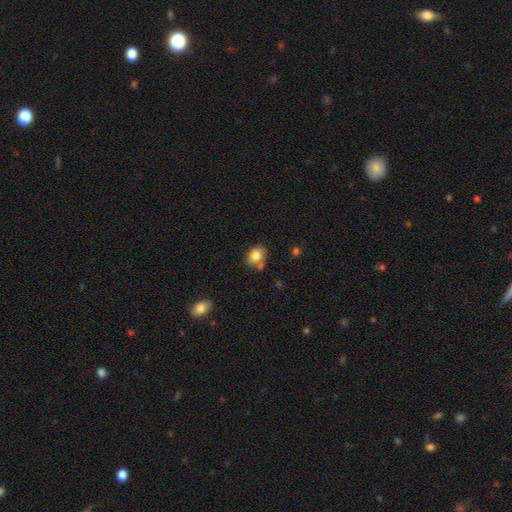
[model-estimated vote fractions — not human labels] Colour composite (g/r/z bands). It shows a smooth galaxy with no disk features (82%) that is in between round and cigar-shaped (51%). Merging: none (67%).